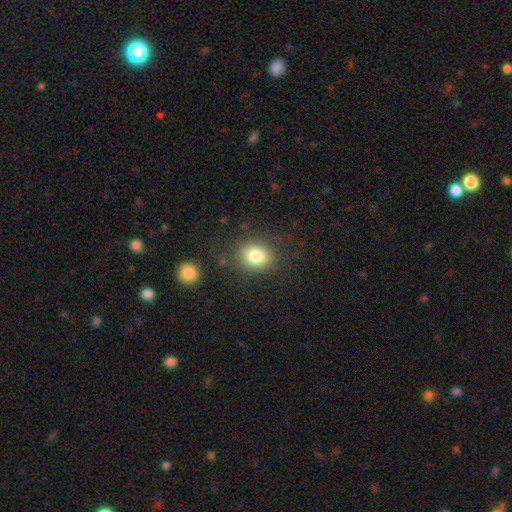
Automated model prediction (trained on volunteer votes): This is clearly a smooth galaxy (81%). How rounded: possibly round (57%). Merging: clearly none (80%).